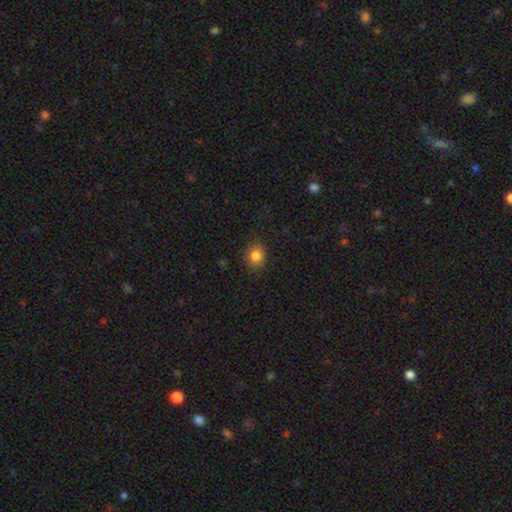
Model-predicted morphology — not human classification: Overall: smooth (83%). How rounded: round (78%). Merging: none (86%).